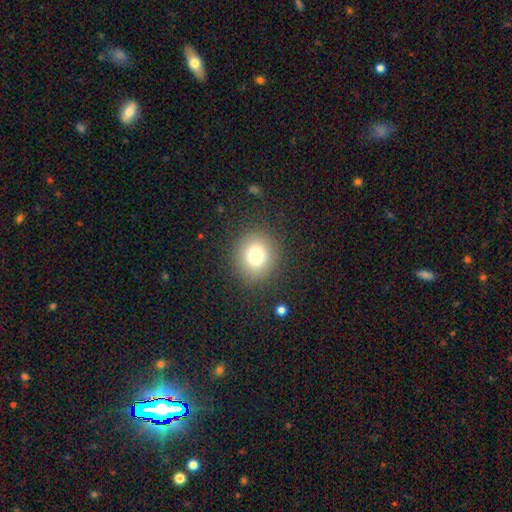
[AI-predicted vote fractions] smooth-or-featured: smooth: 76% | star or artifact: 14% | featured or disk: 10%
  how-rounded: round: 85% | in between: 14% | cigar-shaped: 1%
  merging: none: 88% | minor disturbance: 7% | major disturbance: 4% | merger: 1%